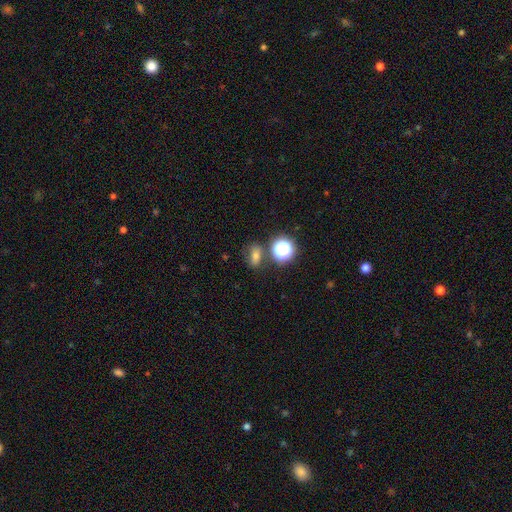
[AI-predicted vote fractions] Smooth or featured? smooth (64%)
How rounded? in between (65%)
Merging? none (69%)